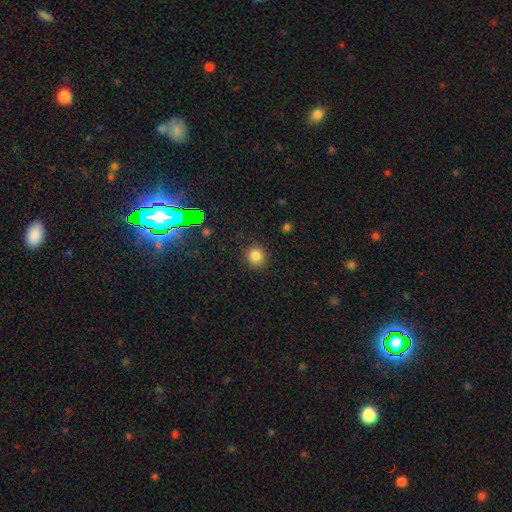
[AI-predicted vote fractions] Q: Smooth or featured?
A: smooth (83%); runner-up: star or artifact (12%)
Q: How rounded?
A: round (92%); runner-up: in between (7%)
Q: Merging?
A: none (90%); runner-up: minor disturbance (6%)